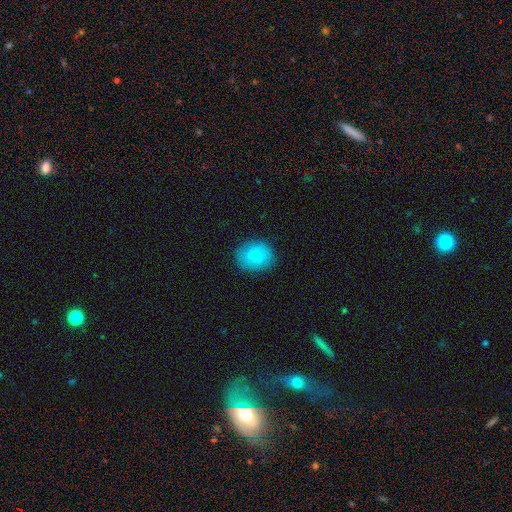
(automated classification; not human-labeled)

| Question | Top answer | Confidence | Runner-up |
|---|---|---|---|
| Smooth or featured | smooth | 86% | star or artifact (8%) |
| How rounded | round | 63% | in between (36%) |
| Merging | none | 84% | minor disturbance (12%) |